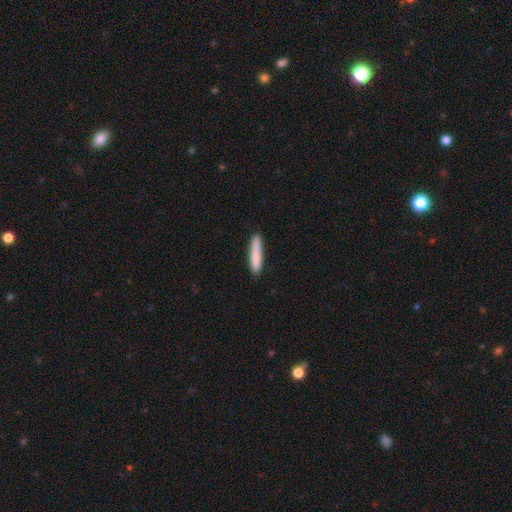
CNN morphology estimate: Overall: smooth (85%). How rounded: cigar-shaped (89%). Merging: none (86%).